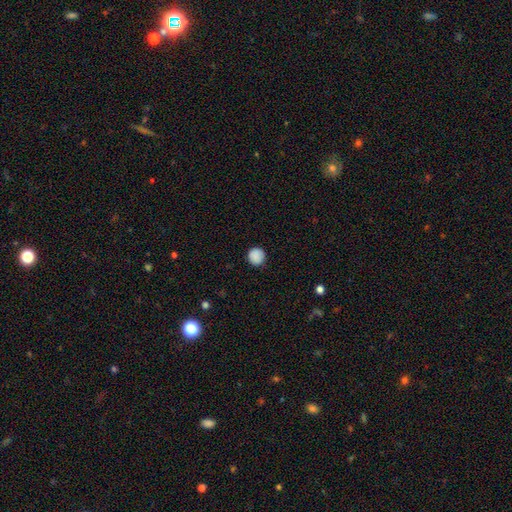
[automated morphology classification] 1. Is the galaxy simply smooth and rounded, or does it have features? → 88% smooth, 9% star or artifact, 3% featured or disk.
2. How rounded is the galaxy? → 93% round, 6% in between, 1% cigar-shaped.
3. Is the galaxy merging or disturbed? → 89% none, 8% minor disturbance, 2% major disturbance, 1% merger.